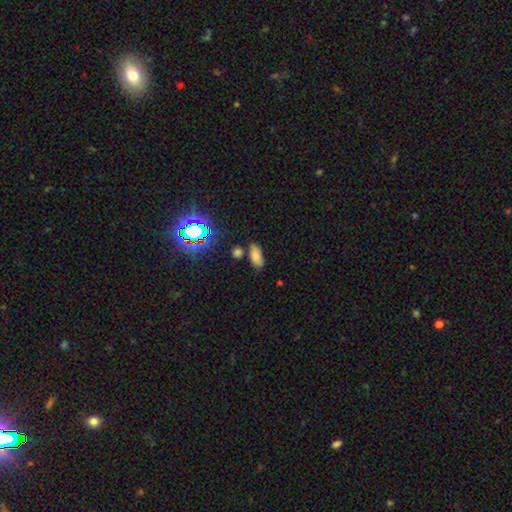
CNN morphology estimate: A smooth galaxy with no disk features (73%) that is in between round and cigar-shaped (88%). Merging: none (74%).